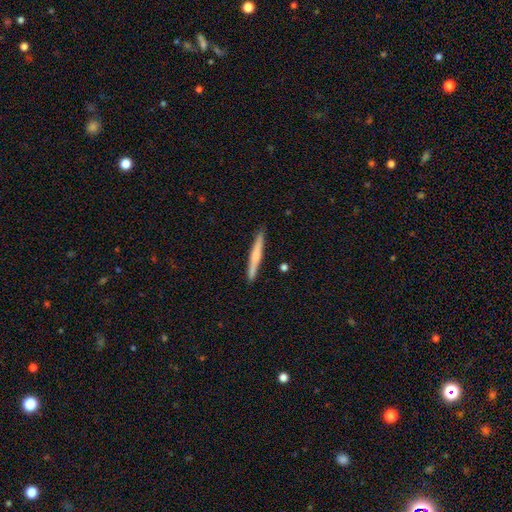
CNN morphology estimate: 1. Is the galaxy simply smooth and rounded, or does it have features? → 56% smooth, 39% featured or disk, 5% star or artifact.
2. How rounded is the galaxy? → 96% cigar-shaped, 3% in between, 1% round.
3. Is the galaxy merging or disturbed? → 90% none, 7% minor disturbance, 1% major disturbance, 1% merger.